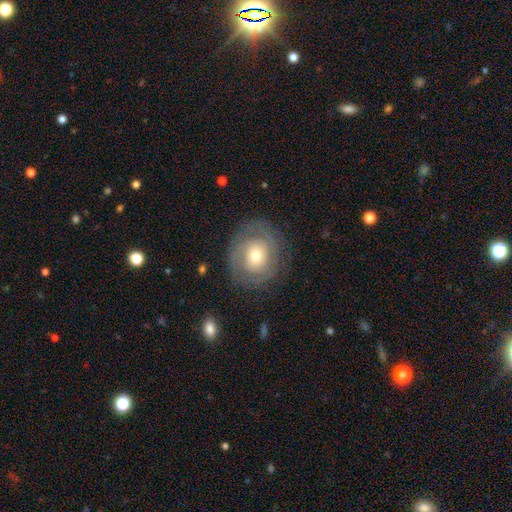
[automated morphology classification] featured or disk 62%, smooth 30%, star or artifact 8%. Down the decision tree: edge-on disk — no (96%); bar — no (74%); spiral arms — yes (77%); bulge size — moderate (60%); merging — none (79%).